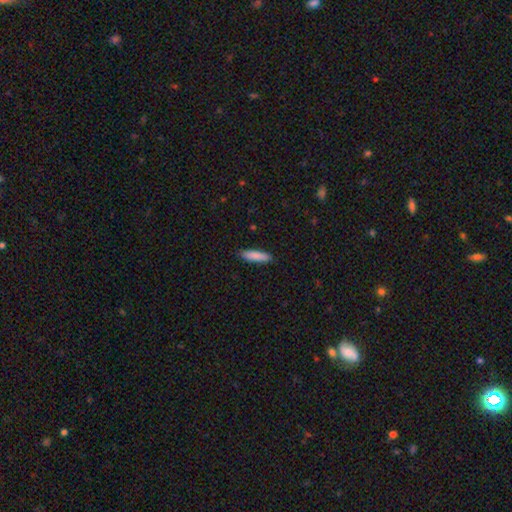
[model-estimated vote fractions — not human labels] A smooth galaxy with no disk features (87%) that is cigar-shaped (71%).

Vote fractions:
- Smooth or featured? smooth: 87% / featured or disk: 7% / star or artifact: 6%
- How rounded? cigar-shaped: 71% / in between: 27% / round: 1%
- Merging? none: 89% / minor disturbance: 8% / major disturbance: 2% / merger: 1%